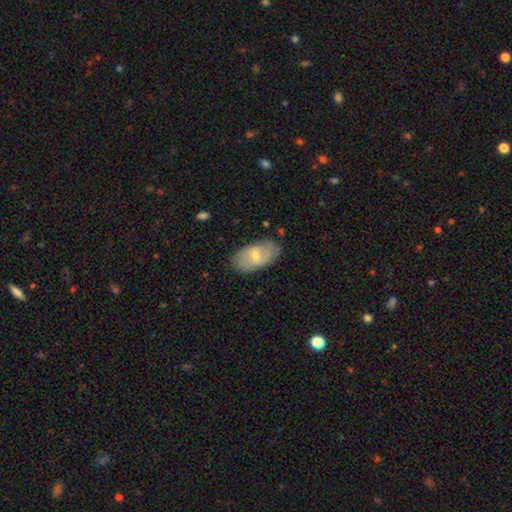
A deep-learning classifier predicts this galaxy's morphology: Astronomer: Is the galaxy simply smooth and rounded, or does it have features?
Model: smooth — 48% (runner-up: featured or disk, 46%).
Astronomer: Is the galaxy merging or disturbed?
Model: none — 78%.